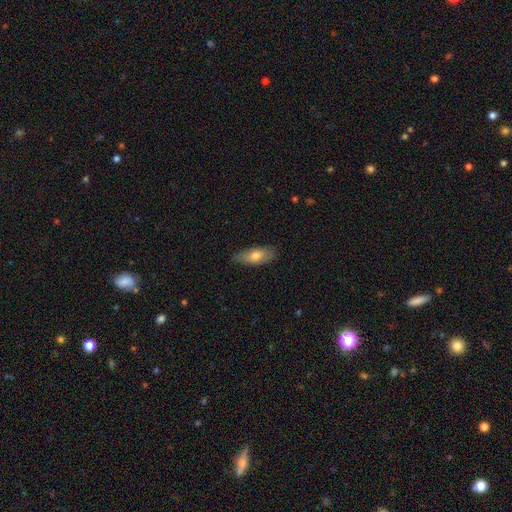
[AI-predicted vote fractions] smooth 68%, featured or disk 25%, star or artifact 6%. Down the decision tree: how rounded — in between (74%); merging — none (75%).